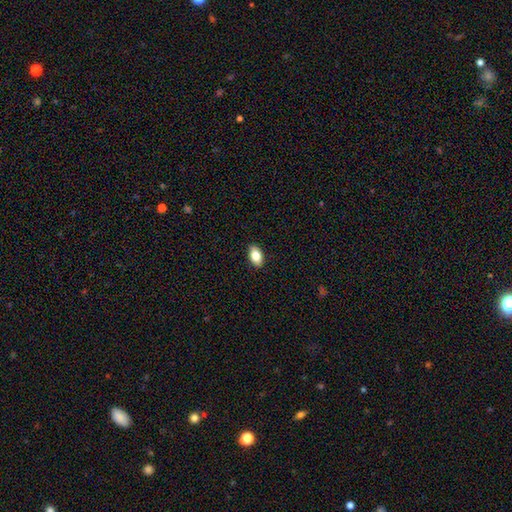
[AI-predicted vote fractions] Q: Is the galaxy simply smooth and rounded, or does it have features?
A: smooth — 81%.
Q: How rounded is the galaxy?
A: in between — 91%.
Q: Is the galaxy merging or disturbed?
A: none — 89%.